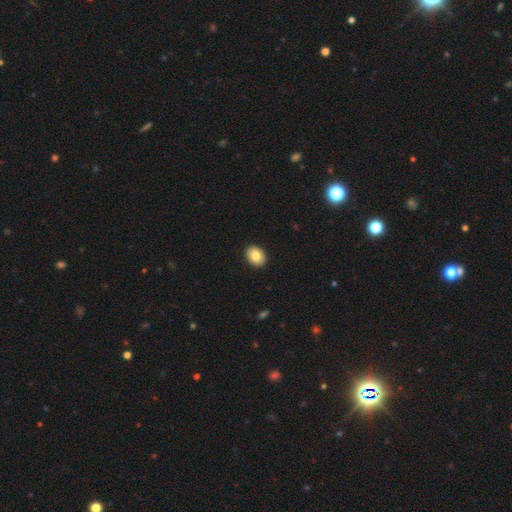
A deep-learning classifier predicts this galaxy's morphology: Smooth or featured: smooth — 83% (featured or disk — 9%)
How rounded: in between — 64% (round — 35%)
Merging: none — 92% (minor disturbance — 6%)